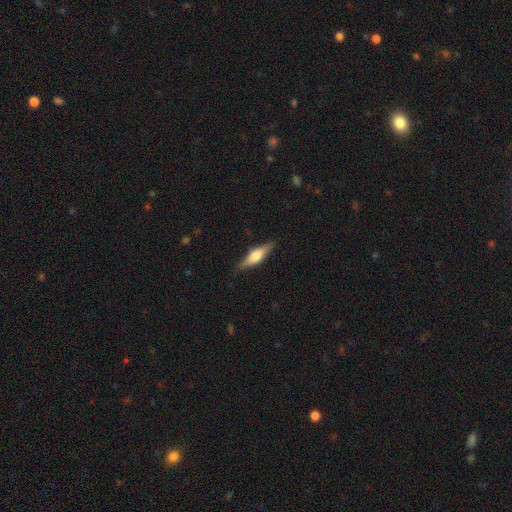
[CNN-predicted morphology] smooth_or_featured: featured or disk (p=0.51) [alt: smooth p=0.42]
disk_edge_on: yes (p=0.95) [alt: no p=0.05]
merging: none (p=0.86) [alt: minor disturbance p=0.10]